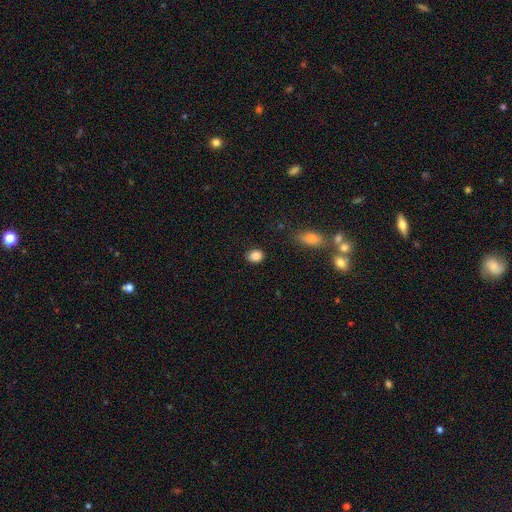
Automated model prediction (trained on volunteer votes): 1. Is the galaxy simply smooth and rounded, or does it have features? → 87% smooth, 9% star or artifact, 4% featured or disk.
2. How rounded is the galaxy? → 50% round, 49% in between, 1% cigar-shaped.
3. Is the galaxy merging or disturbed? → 86% none, 10% minor disturbance, 3% major disturbance, 2% merger.